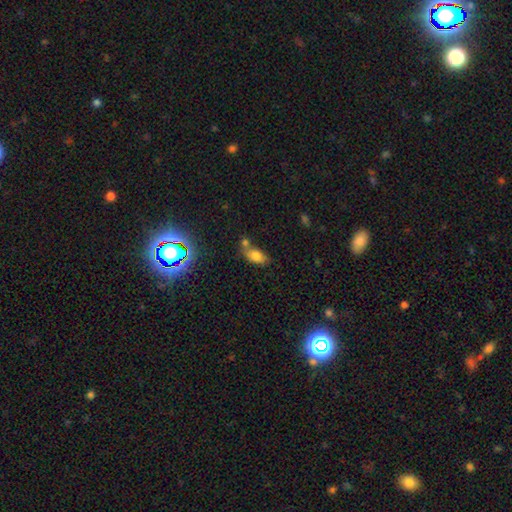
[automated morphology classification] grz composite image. It shows a smooth galaxy with no disk features (75%) that is in between round and cigar-shaped (87%). Merging: none (48%).